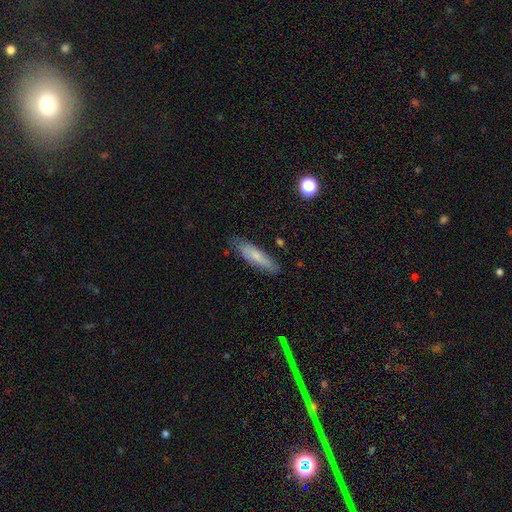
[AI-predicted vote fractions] smooth_or_featured: smooth (p=0.67) [alt: featured or disk p=0.26]
how_rounded: cigar-shaped (p=0.70) [alt: in between p=0.28]
merging: none (p=0.78) [alt: minor disturbance p=0.17]